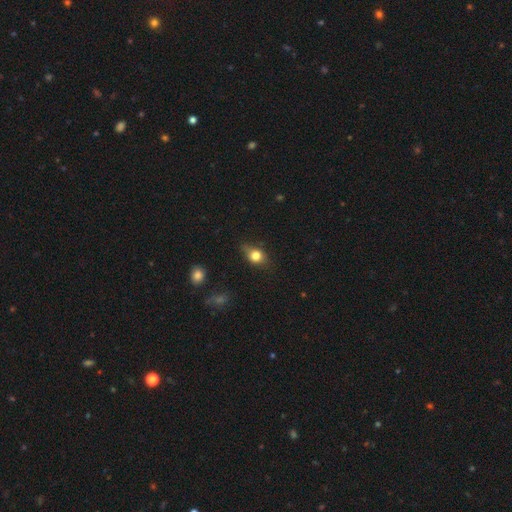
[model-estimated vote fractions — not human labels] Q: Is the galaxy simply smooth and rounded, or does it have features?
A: smooth — 74%.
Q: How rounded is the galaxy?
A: in between — 54%.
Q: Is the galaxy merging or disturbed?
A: none — 60%.